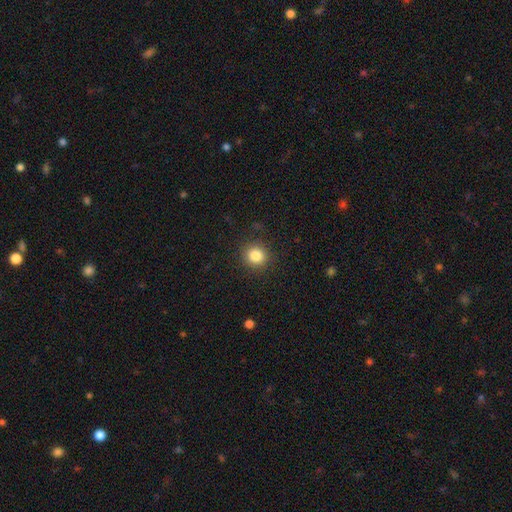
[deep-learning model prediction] This appears to be a smooth galaxy with no disk features (84%) that is round (90%). Merging: none (89%).